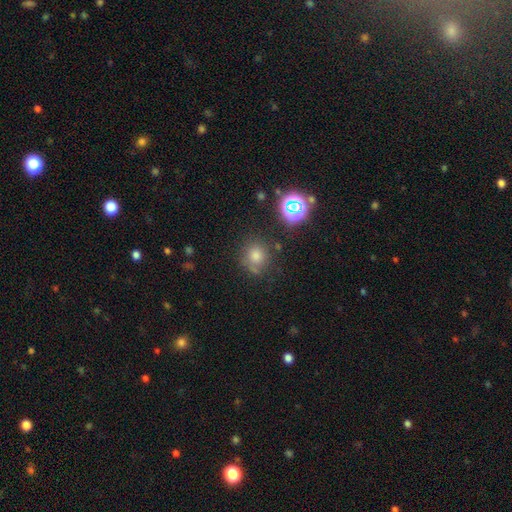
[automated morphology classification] Smooth or featured? Predicted: smooth (p=0.65). How rounded? Predicted: round (p=0.84). Merging? Predicted: none (p=0.73).